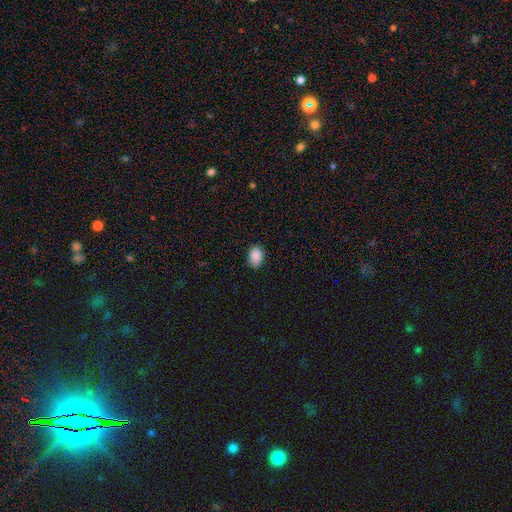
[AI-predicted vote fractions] A smooth galaxy with no disk features (88%) that is in between round and cigar-shaped (83%). Merging: none (80%).